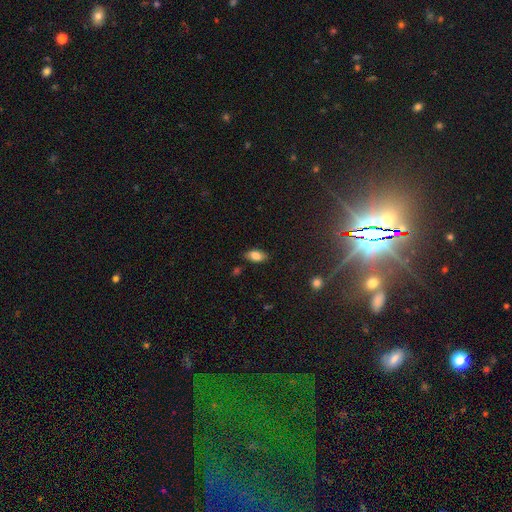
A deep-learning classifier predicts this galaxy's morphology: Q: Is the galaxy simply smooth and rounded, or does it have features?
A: smooth — 81%.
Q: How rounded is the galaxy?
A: in between — 91%.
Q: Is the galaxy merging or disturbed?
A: none — 84%.